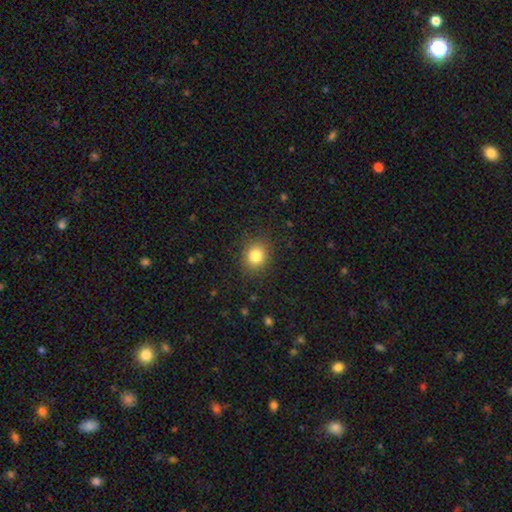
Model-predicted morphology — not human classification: Overall: smooth (83%). How rounded: round (74%). Merging: none (86%).